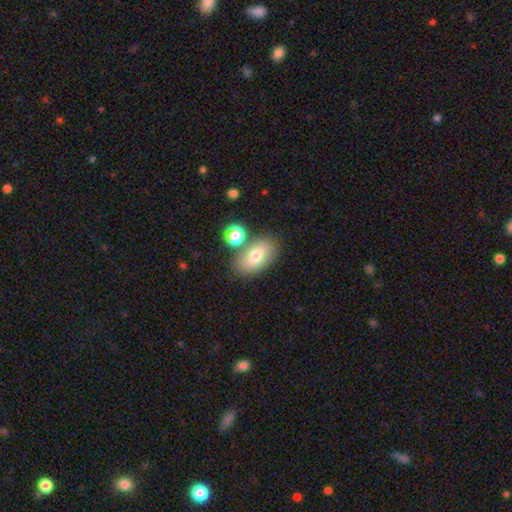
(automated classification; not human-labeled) smooth-or-featured: smooth: 74% | featured or disk: 16% | star or artifact: 10%
  how-rounded: in between: 90% | round: 8% | cigar-shaped: 2%
  merging: none: 70% | minor disturbance: 14% | merger: 12% | major disturbance: 4%